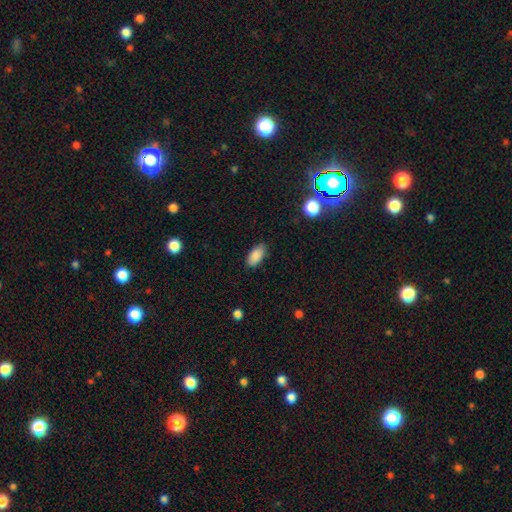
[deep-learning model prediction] This appears to be a smooth galaxy with no disk features (88%) that is in between round and cigar-shaped (91%). Merging: none (85%).